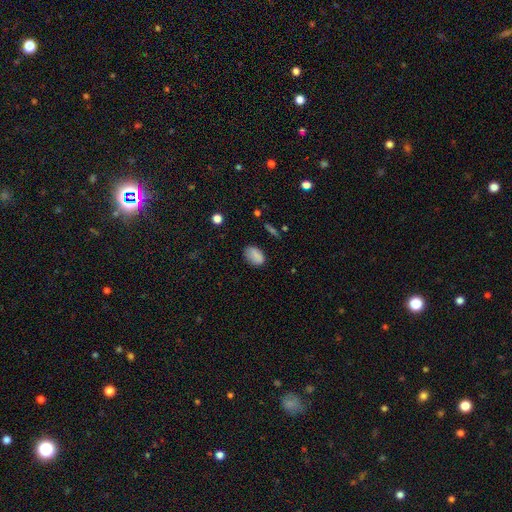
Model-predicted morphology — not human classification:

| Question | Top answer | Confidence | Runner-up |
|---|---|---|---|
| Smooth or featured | smooth | 85% | star or artifact (9%) |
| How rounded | in between | 89% | round (9%) |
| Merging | none | 76% | minor disturbance (18%) |